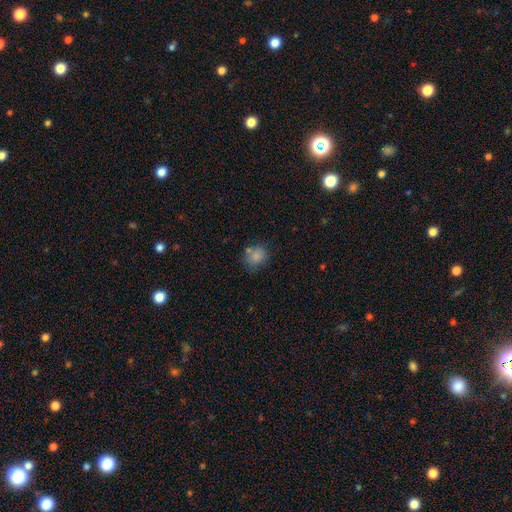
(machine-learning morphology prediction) Smooth or featured? smooth (82%)
How rounded? round (64%)
Merging? none (66%)